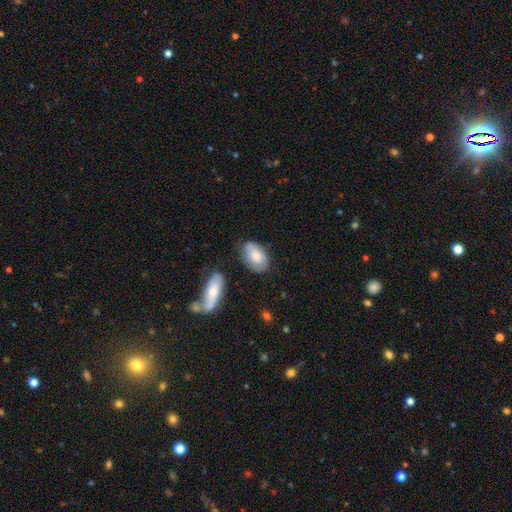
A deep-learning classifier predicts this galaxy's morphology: This appears to be a smooth galaxy with no disk features (69%) that is in between round and cigar-shaped (91%). Merging: none (64%).